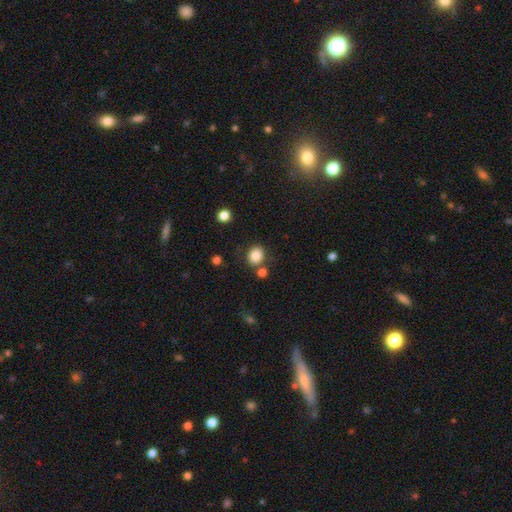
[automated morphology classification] This appears to be a smooth galaxy with no disk features (84%) that is round (69%). Merging: none (77%).